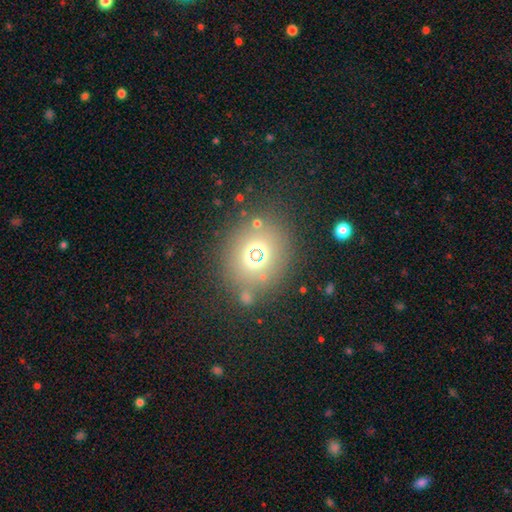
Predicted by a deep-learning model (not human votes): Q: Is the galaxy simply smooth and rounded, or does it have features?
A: smooth — 63%.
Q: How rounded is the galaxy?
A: round — 79%.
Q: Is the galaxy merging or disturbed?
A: none — 75%.